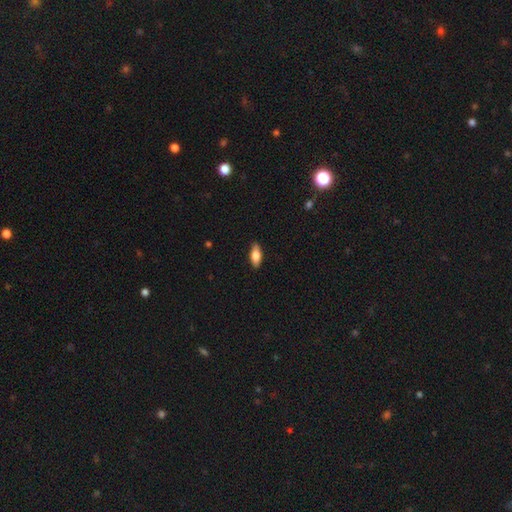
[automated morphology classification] Overall: smooth (70%). How rounded: in between (76%). Merging: none (88%).